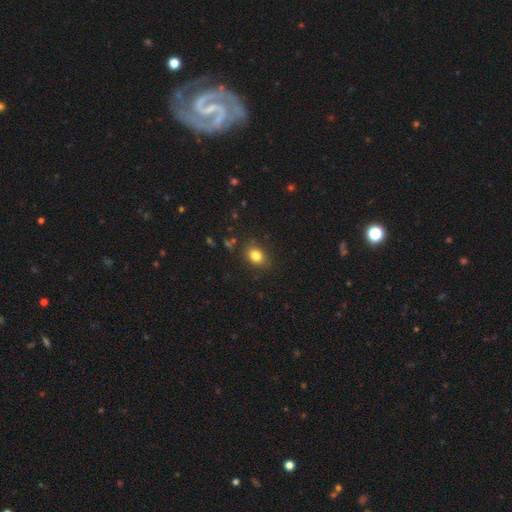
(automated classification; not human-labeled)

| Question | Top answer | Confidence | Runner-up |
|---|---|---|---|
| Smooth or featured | smooth | 82% | star or artifact (11%) |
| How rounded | in between | 63% | round (36%) |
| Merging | none | 84% | minor disturbance (11%) |